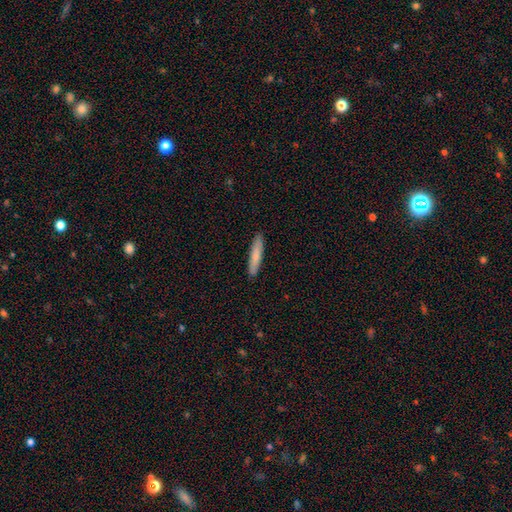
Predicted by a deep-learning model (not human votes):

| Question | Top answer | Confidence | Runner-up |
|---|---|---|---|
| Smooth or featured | smooth | 75% | featured or disk (19%) |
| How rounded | cigar-shaped | 89% | in between (10%) |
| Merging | none | 90% | minor disturbance (7%) |